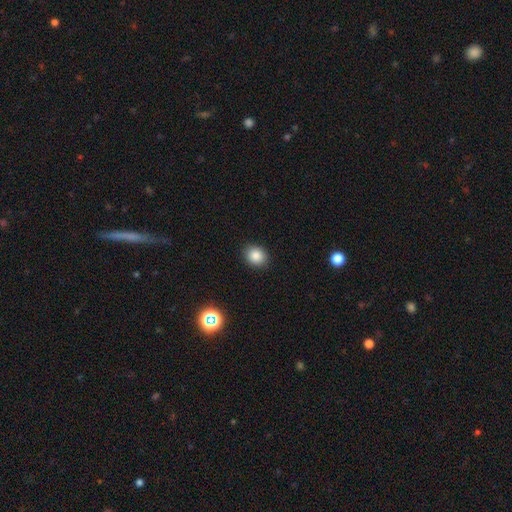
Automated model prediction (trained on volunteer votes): Smooth or featured? Predicted: smooth (p=0.85). How rounded? Predicted: round (p=0.65). Merging? Predicted: none (p=0.89).